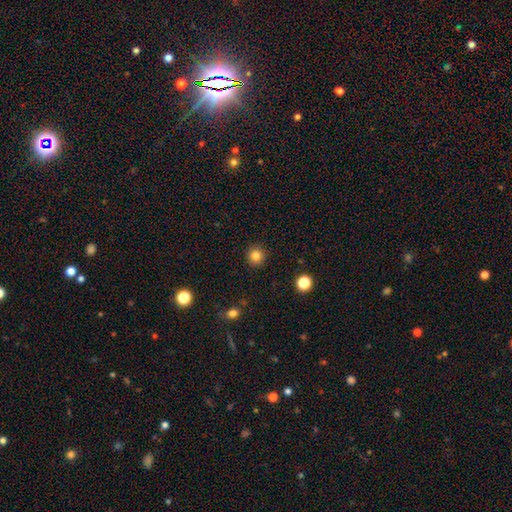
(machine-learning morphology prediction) The model was most divided on "smooth or featured": smooth: 83%, star or artifact: 12%, featured or disk: 5%. More confident: how rounded — round (92%); merging — none (92%).